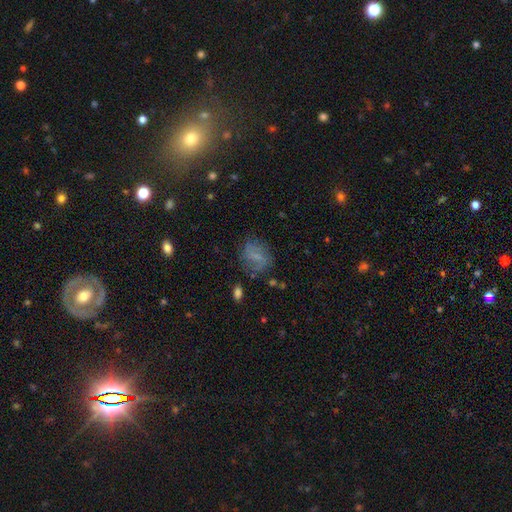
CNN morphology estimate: Smooth or featured? smooth (46%)
Merging? none (65%)